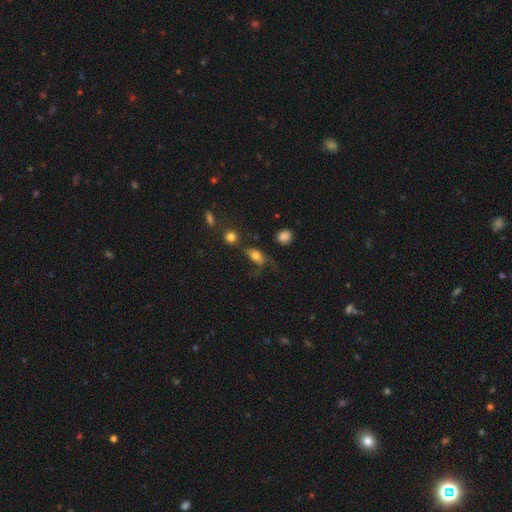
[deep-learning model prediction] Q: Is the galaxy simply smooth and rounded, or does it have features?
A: smooth — 70%.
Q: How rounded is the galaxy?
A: in between — 78%.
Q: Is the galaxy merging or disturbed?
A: none — 39%.